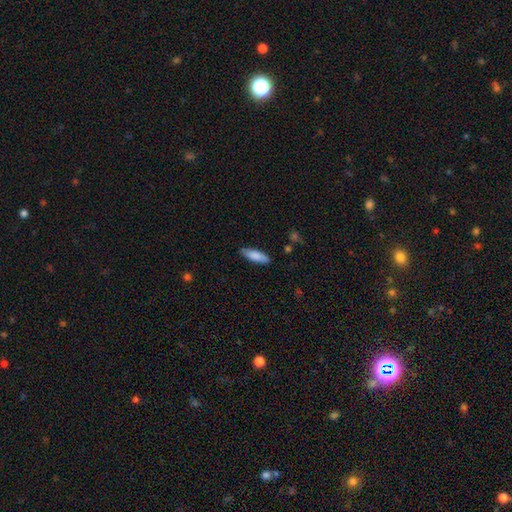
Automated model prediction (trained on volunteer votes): Smooth or featured?
  - smooth: 84% *
  - featured or disk: 10%
  - star or artifact: 6%
How rounded?
  - in between: 51% *
  - cigar-shaped: 47%
  - round: 2%
Merging?
  - none: 83% *
  - minor disturbance: 13%
  - major disturbance: 2%
  - merger: 2%